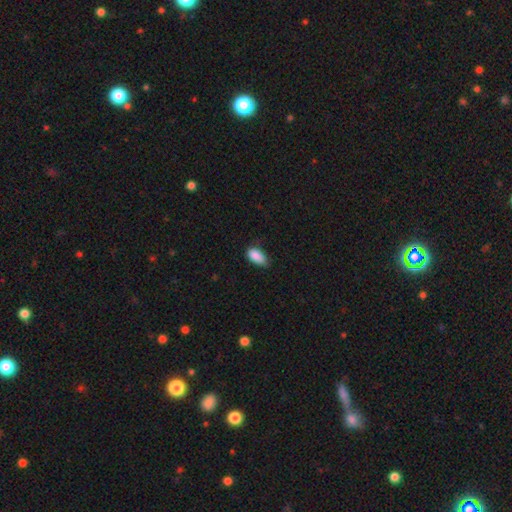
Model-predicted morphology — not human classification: This is clearly a smooth galaxy (87%). How rounded: clearly in between (92%). Merging: possibly none (58%).